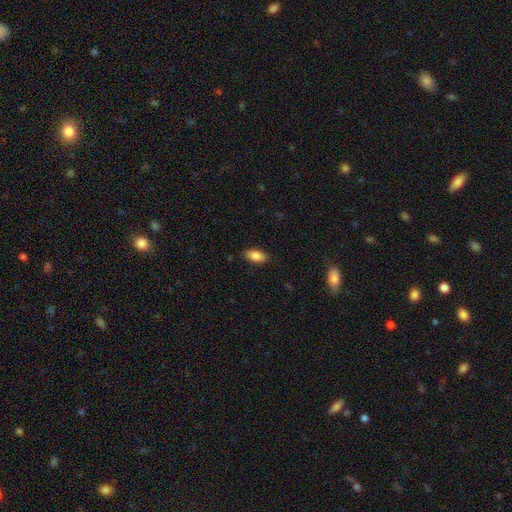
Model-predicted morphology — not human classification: A smooth galaxy with no disk features (87%) that is in between round and cigar-shaped (91%). Merging: none (87%).